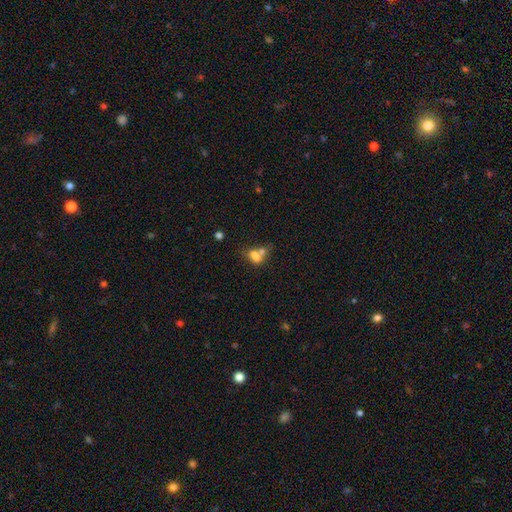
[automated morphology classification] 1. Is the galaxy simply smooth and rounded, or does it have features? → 68% smooth, 19% featured or disk, 13% star or artifact.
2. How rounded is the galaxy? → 65% in between, 32% round, 3% cigar-shaped.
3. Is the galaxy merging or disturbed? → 61% merger, 23% none, 9% minor disturbance, 7% major disturbance.